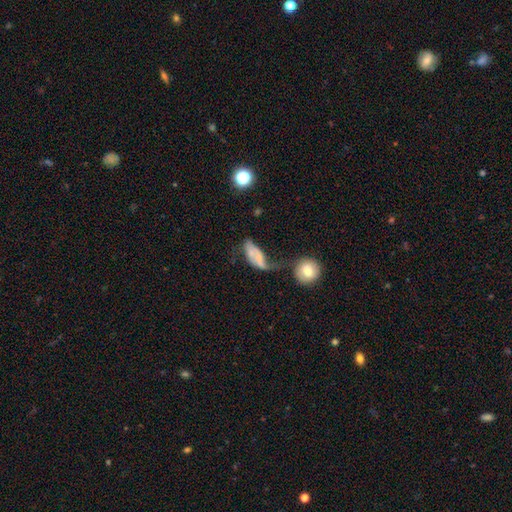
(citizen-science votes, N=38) smooth_or_featured: featured or disk (p=0.53) [alt: smooth p=0.42]
disk_edge_on: no (p=0.95) [alt: yes p=0.05]
bar: no (p=0.63) [alt: weak p=0.32]
has_spiral_arms: yes (p=0.53) [alt: no p=0.47]
spiral_winding: loose (p=1.00)
spiral_arm_count: 2 (p=0.80) [alt: 1 p=0.20]
bulge_size: none (p=0.37) [alt: moderate p=0.32]
merging: major disturbance (p=0.39) [alt: merger p=0.36]